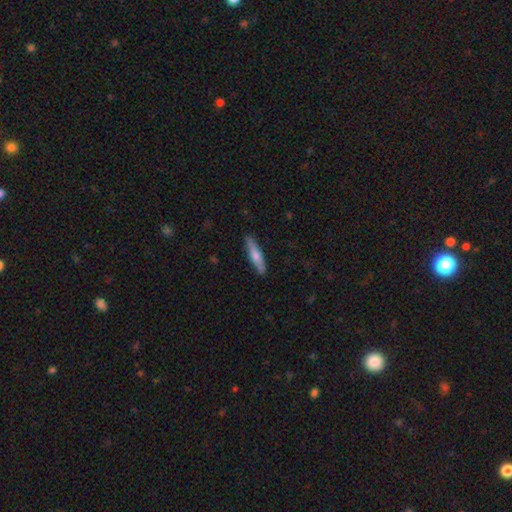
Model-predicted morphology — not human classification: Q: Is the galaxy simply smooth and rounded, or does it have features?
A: smooth — 56%.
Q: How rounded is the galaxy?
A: cigar-shaped — 88%.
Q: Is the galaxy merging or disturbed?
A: none — 90%.